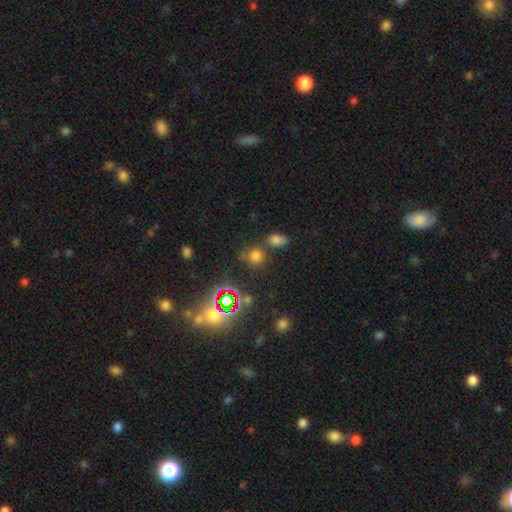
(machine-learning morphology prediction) This appears to be a smooth galaxy with no disk features (63%) that is round (77%). Merging: none (67%).